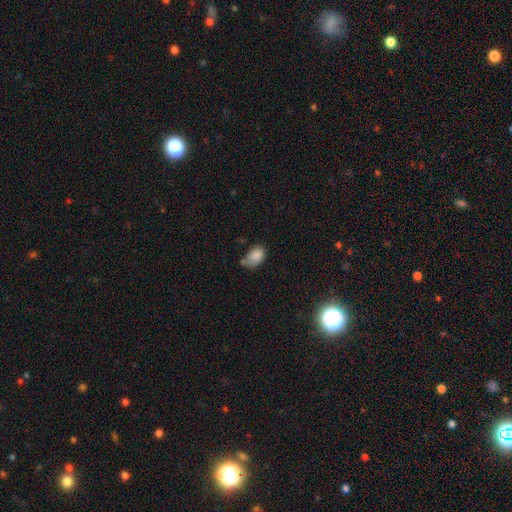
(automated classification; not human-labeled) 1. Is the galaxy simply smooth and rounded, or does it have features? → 83% smooth, 9% star or artifact, 8% featured or disk.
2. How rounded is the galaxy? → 85% in between, 14% round, 1% cigar-shaped.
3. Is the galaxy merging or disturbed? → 42% none, 33% minor disturbance, 14% merger, 12% major disturbance.